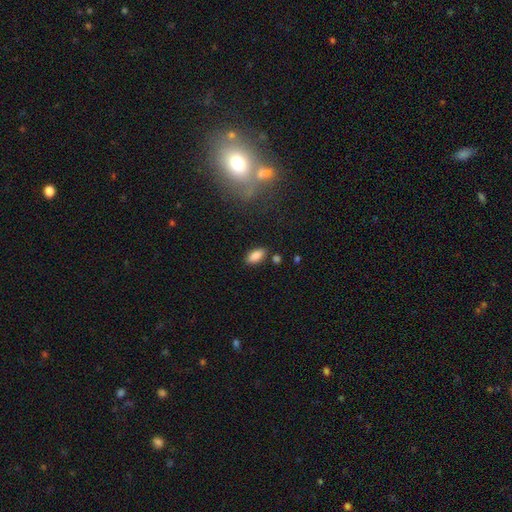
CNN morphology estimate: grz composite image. It shows a smooth galaxy with no disk features (87%) that is in between round and cigar-shaped (90%). Merging: none (83%).